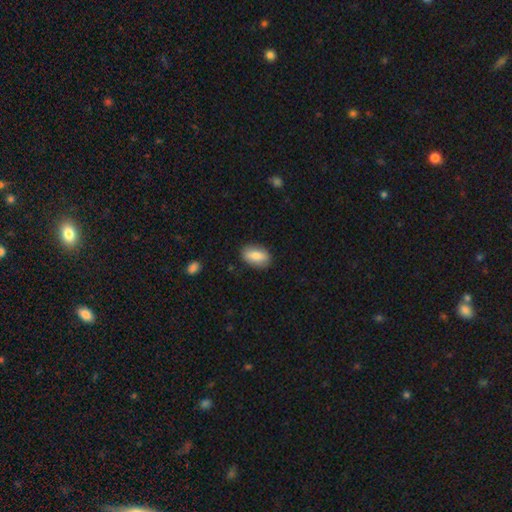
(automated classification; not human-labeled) The model was most divided on "smooth or featured": smooth: 78%, featured or disk: 15%, star or artifact: 7%. More confident: how rounded — in between (90%); merging — none (86%).